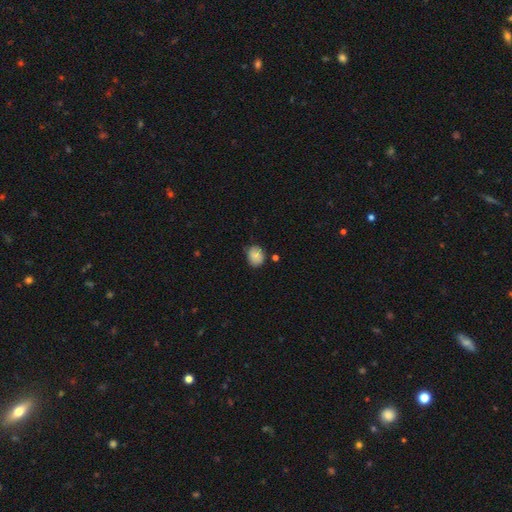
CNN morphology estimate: The model was most divided on "how rounded": round: 61%, in between: 38%, cigar-shaped: 1%. More confident: smooth or featured — smooth (85%); merging — none (73%).